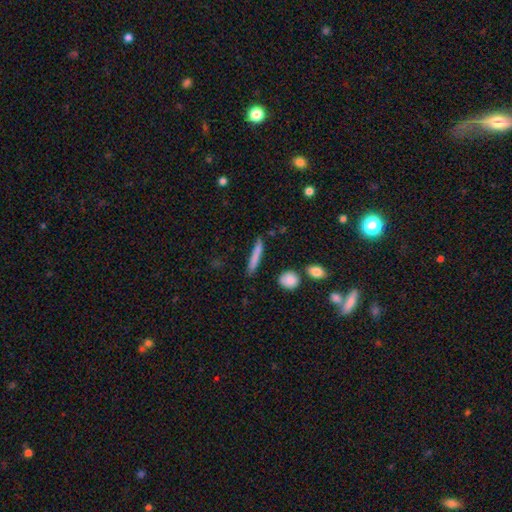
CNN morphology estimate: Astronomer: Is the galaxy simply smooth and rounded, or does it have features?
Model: smooth — 75%.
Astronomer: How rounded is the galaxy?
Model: cigar-shaped — 92%.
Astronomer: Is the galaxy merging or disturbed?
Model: none — 84%.